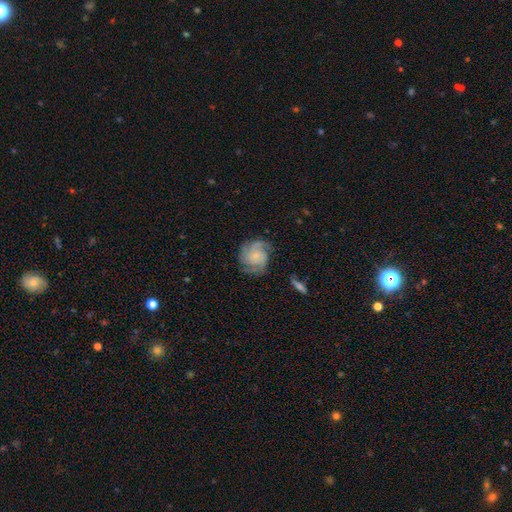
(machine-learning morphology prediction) Q: Smooth or featured?
A: featured or disk (80%); runner-up: smooth (14%)
Q: Edge-on disk?
A: no (98%); runner-up: yes (2%)
Q: Bar?
A: no (74%); runner-up: weak (23%)
Q: Spiral arms?
A: yes (96%); runner-up: no (4%)
Q: Spiral winding?
A: tight (50%); runner-up: medium (39%)
Q: Spiral arm count?
A: 2 (35%); runner-up: 3 (30%)
Q: Bulge size?
A: small (72%); runner-up: moderate (14%)
Q: Merging?
A: none (72%); runner-up: minor disturbance (18%)